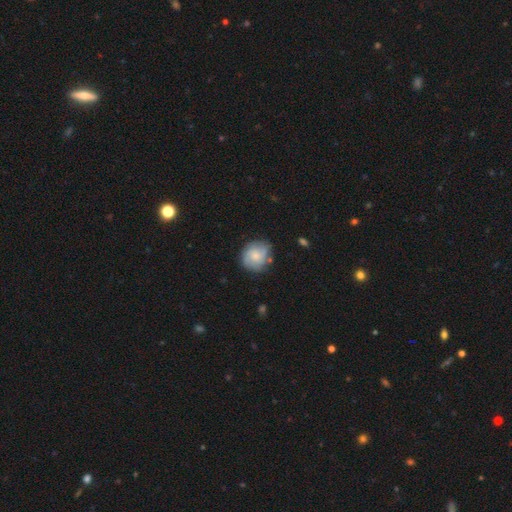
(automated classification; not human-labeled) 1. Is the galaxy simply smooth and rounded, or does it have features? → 50% featured or disk, 43% smooth, 7% star or artifact.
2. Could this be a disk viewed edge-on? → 98% no, 2% yes.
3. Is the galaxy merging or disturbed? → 73% none, 19% minor disturbance, 6% major disturbance, 3% merger.